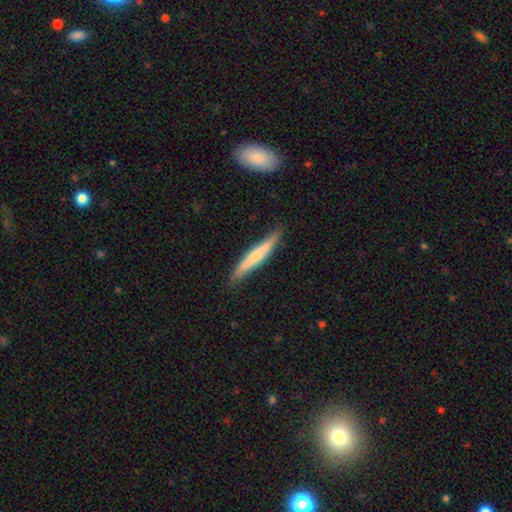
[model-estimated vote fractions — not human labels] The model was most divided on "smooth or featured": smooth: 57%, featured or disk: 38%, star or artifact: 6%. More confident: how rounded — cigar-shaped (94%); merging — none (84%).